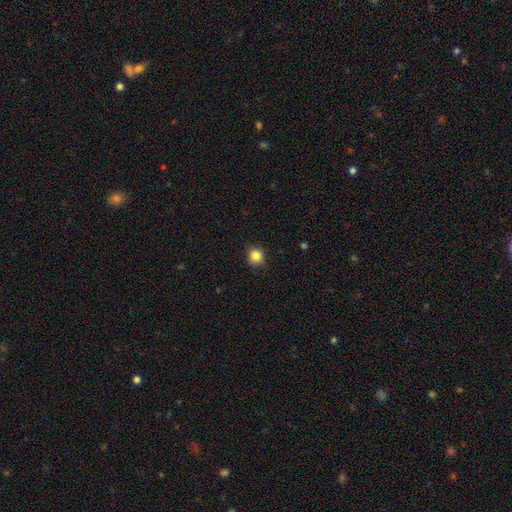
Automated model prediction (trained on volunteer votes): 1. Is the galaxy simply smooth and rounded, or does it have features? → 85% smooth, 11% star or artifact, 5% featured or disk.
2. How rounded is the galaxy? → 86% round, 13% in between, 1% cigar-shaped.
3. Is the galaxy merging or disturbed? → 87% none, 10% minor disturbance, 2% major disturbance, 1% merger.